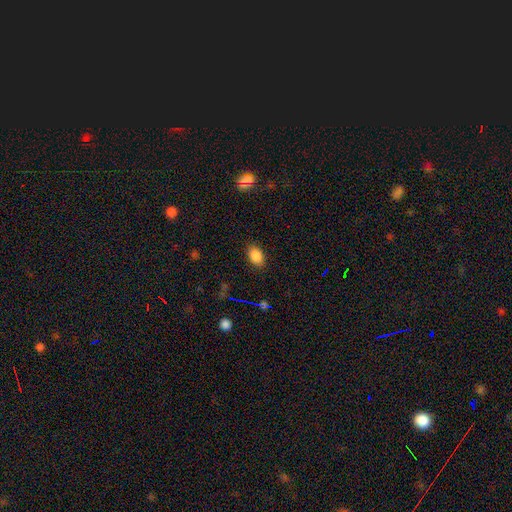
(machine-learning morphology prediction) Q: Smooth or featured?
A: smooth (86%); runner-up: star or artifact (10%)
Q: How rounded?
A: in between (84%); runner-up: round (14%)
Q: Merging?
A: none (86%); runner-up: minor disturbance (10%)